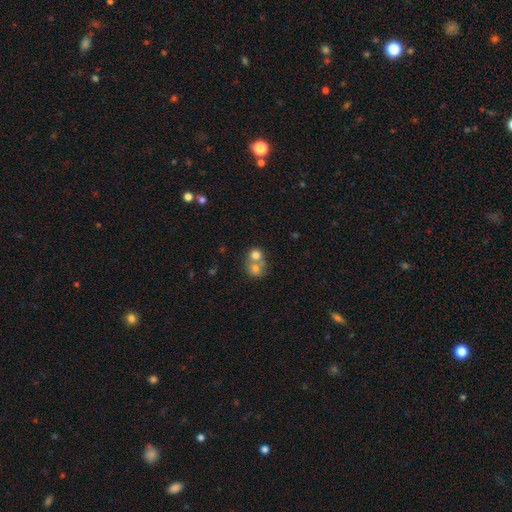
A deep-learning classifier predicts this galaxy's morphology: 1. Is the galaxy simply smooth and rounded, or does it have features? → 72% smooth, 17% featured or disk, 11% star or artifact.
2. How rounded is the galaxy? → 75% round, 24% in between, 1% cigar-shaped.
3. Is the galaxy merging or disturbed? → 64% merger, 27% none, 6% minor disturbance, 3% major disturbance.